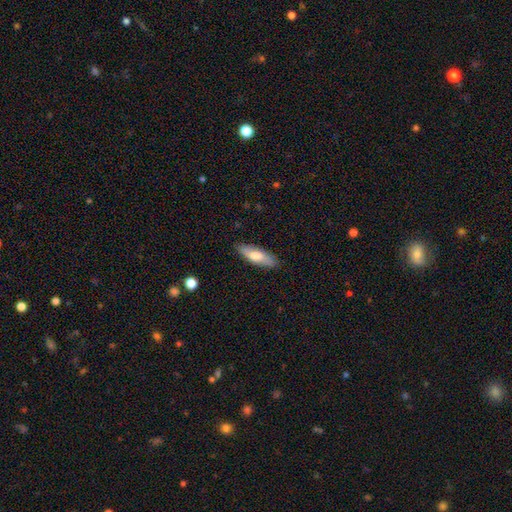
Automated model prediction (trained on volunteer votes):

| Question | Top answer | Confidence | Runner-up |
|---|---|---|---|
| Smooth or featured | smooth | 67% | featured or disk (27%) |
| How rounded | in between | 56% | cigar-shaped (42%) |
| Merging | none | 86% | minor disturbance (11%) |